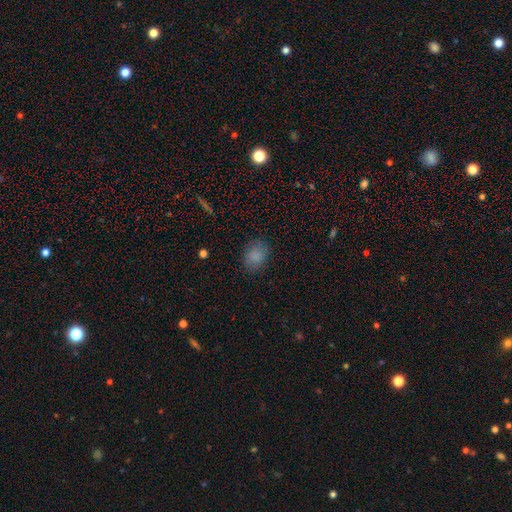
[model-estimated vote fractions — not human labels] This is clearly a smooth galaxy (85%). How rounded: likely in between (62%). Merging: clearly none (83%).